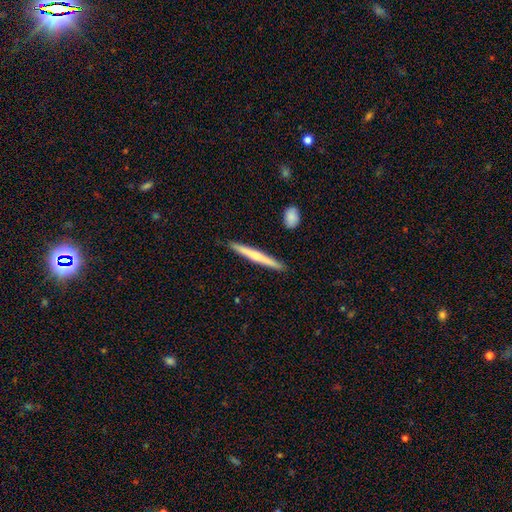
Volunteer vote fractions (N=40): smooth_or_featured: smooth (p=0.47) [alt: featured or disk p=0.42]
how_rounded: cigar-shaped (p=1.00)
merging: none (p=0.94) [alt: minor disturbance p=0.03]